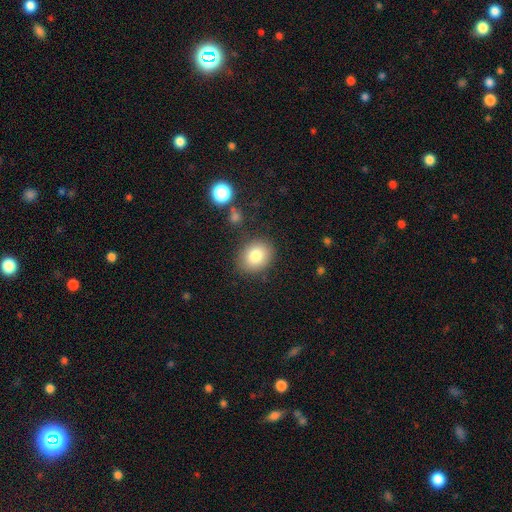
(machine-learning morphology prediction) Smooth or featured? smooth (81%)
How rounded? round (52%)
Merging? none (83%)